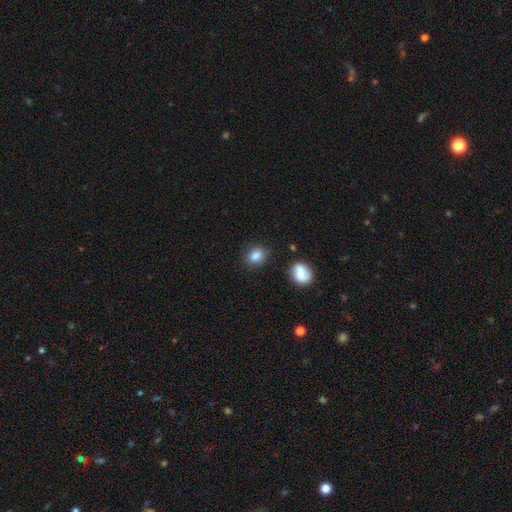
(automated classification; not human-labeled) A smooth galaxy with no disk features (86%) that is round (56%).

Vote fractions:
- Smooth or featured? smooth: 86% / star or artifact: 9% / featured or disk: 5%
- How rounded? round: 56% / in between: 43% / cigar-shaped: 1%
- Merging? none: 82% / minor disturbance: 12% / merger: 3% / major disturbance: 3%